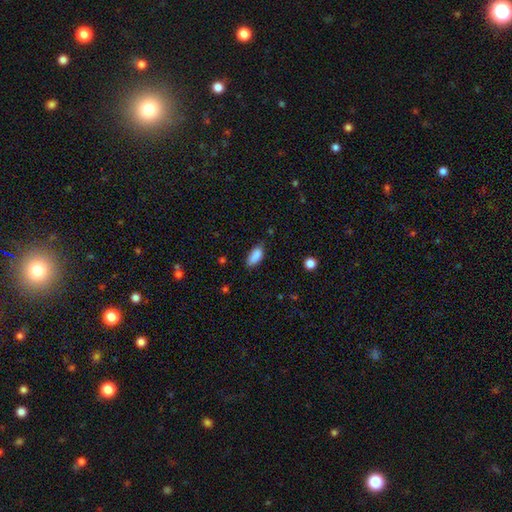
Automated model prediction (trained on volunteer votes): The model was most divided on "merging": none: 70%, minor disturbance: 24%, major disturbance: 4%, merger: 2%. More confident: how rounded — in between (87%); smooth or featured — smooth (87%).